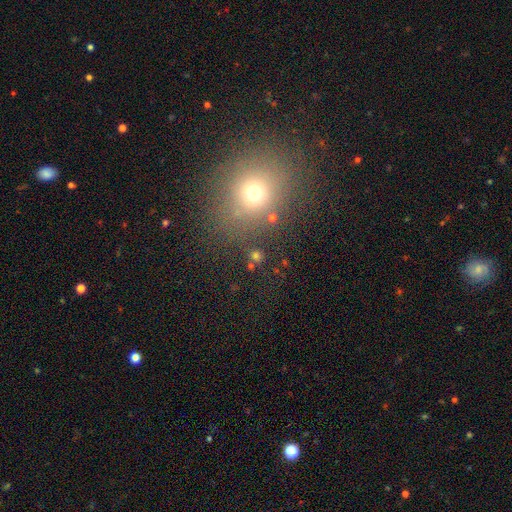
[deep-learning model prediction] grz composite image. It shows a smooth galaxy with no disk features (64%) that is round (83%). Merging: none (79%).